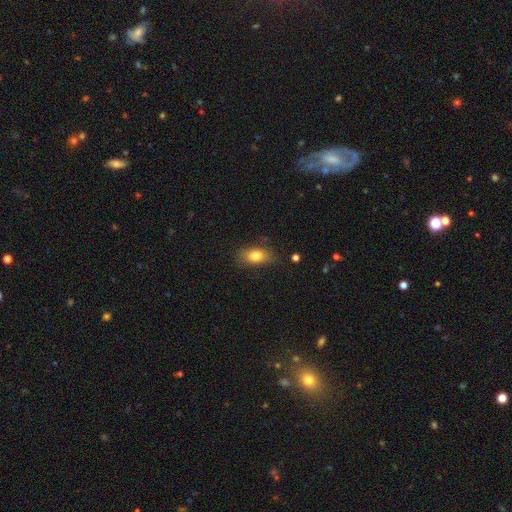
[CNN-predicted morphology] Overall: smooth (79%). How rounded: in between (83%). Merging: none (76%).